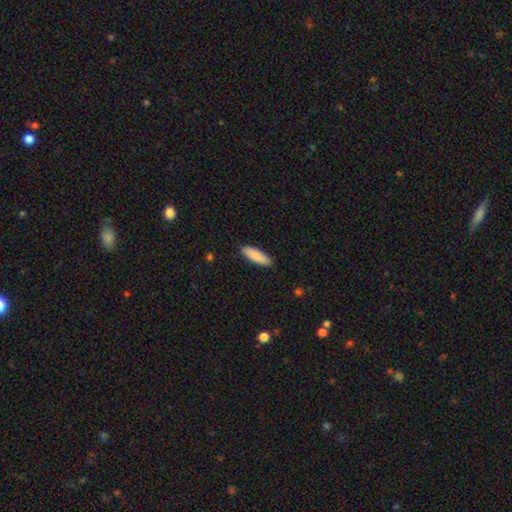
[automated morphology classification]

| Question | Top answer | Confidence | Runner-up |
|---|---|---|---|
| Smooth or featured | smooth | 87% | featured or disk (7%) |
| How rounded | in between | 54% | cigar-shaped (45%) |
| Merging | none | 88% | minor disturbance (9%) |